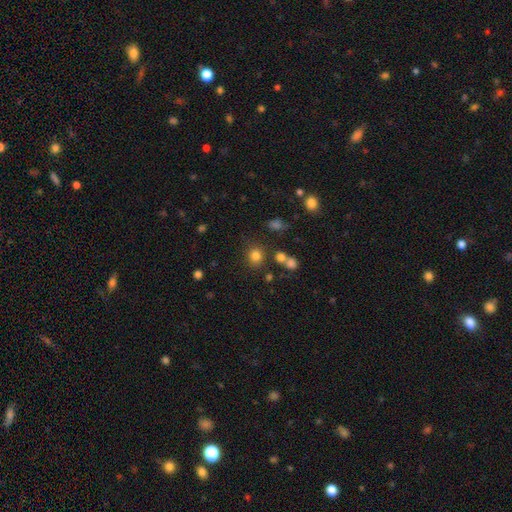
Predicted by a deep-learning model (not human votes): A smooth galaxy with no disk features (79%) that is round (85%). Merging: none (79%).